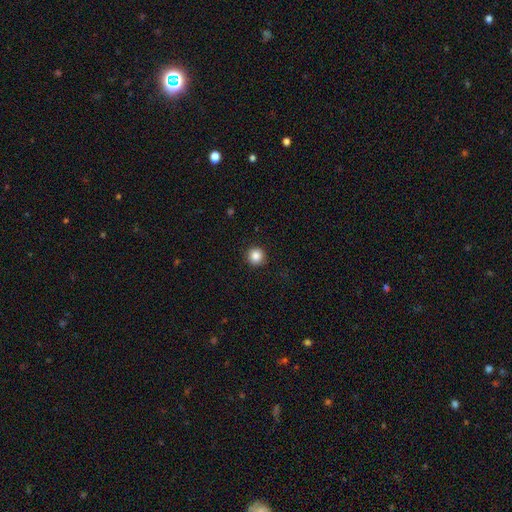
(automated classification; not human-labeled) smooth_or_featured: smooth (p=0.86) [alt: star or artifact p=0.10]
how_rounded: round (p=0.95) [alt: in between p=0.04]
merging: none (p=0.93) [alt: minor disturbance p=0.05]